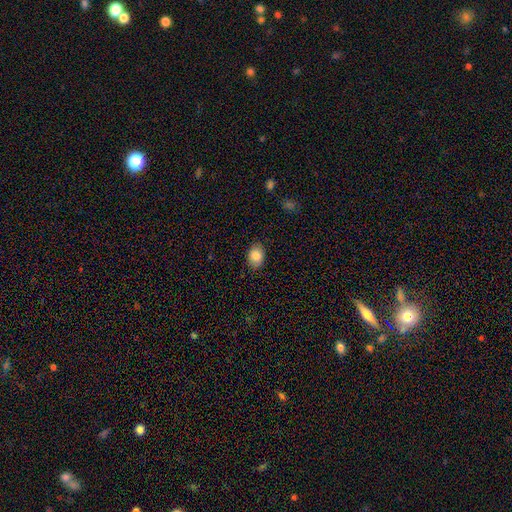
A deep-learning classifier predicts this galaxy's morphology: A smooth galaxy with no disk features (86%) that is in between round and cigar-shaped (69%).

Vote fractions:
- Smooth or featured? smooth: 86% / star or artifact: 8% / featured or disk: 6%
- How rounded? in between: 69% / round: 30% / cigar-shaped: 1%
- Merging? none: 84% / minor disturbance: 12% / major disturbance: 2% / merger: 1%